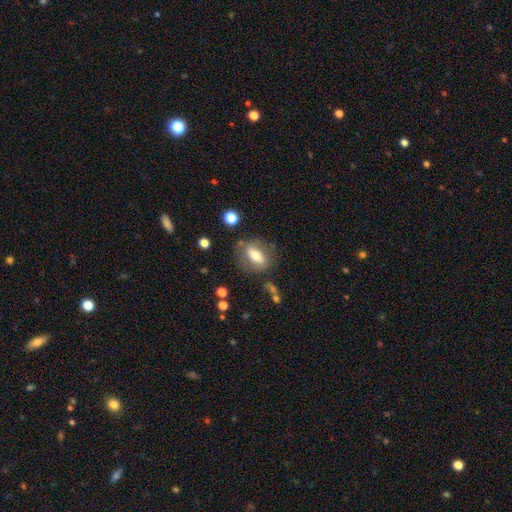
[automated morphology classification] Smooth or featured?
  - smooth: 54% *
  - featured or disk: 38%
  - star or artifact: 8%
How rounded?
  - in between: 67% *
  - cigar-shaped: 17%
  - round: 16%
Merging?
  - none: 71% *
  - minor disturbance: 16%
  - major disturbance: 8%
  - merger: 5%